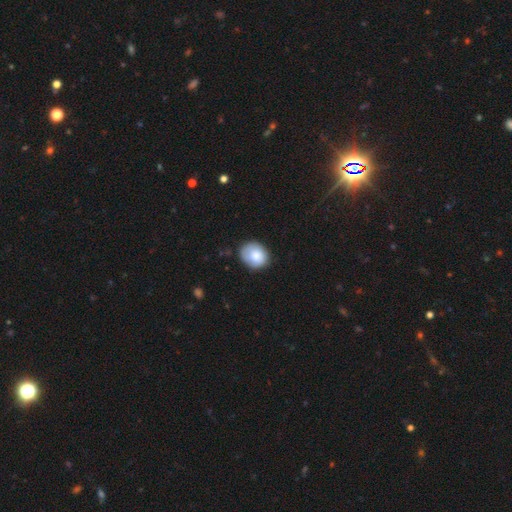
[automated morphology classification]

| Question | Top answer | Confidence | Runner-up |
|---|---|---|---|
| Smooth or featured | smooth | 81% | featured or disk (12%) |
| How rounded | round | 59% | in between (40%) |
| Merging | none | 72% | minor disturbance (22%) |